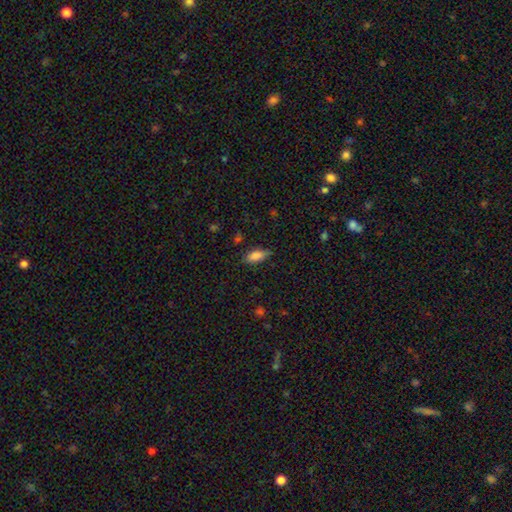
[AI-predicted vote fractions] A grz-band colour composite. It shows a smooth galaxy with no disk features (83%) that is in between round and cigar-shaped (85%). Merging: none (74%).